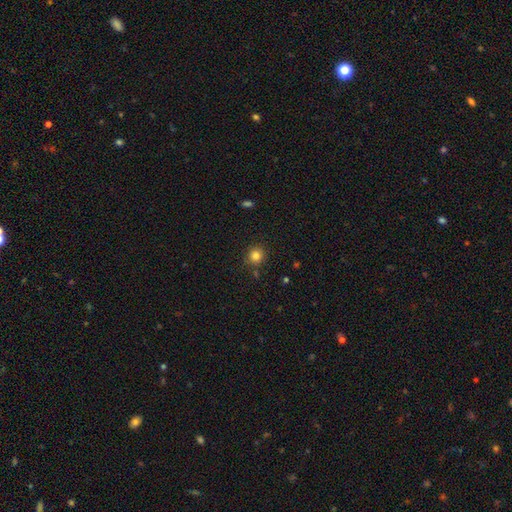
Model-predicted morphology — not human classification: Q: Smooth or featured?
A: smooth (83%); runner-up: star or artifact (12%)
Q: How rounded?
A: round (92%); runner-up: in between (7%)
Q: Merging?
A: none (85%); runner-up: minor disturbance (9%)